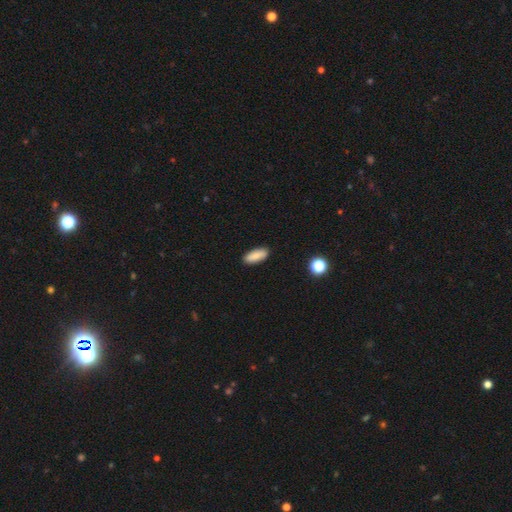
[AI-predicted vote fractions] Smooth or featured: smooth — 88% (star or artifact — 7%)
How rounded: in between — 72% (cigar-shaped — 26%)
Merging: none — 90% (minor disturbance — 7%)